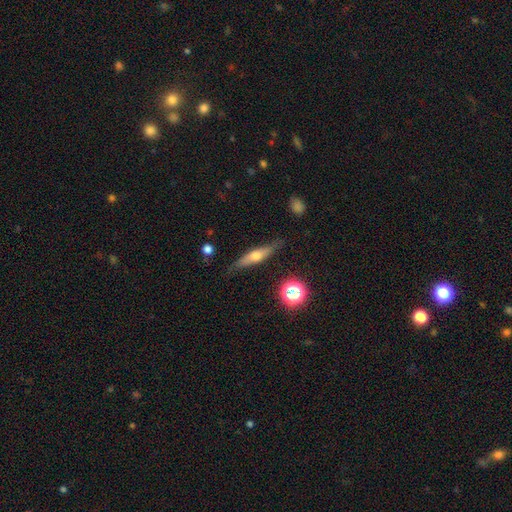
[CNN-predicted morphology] Overall: featured or disk (49%; smooth 43%). Merging: none (82%).